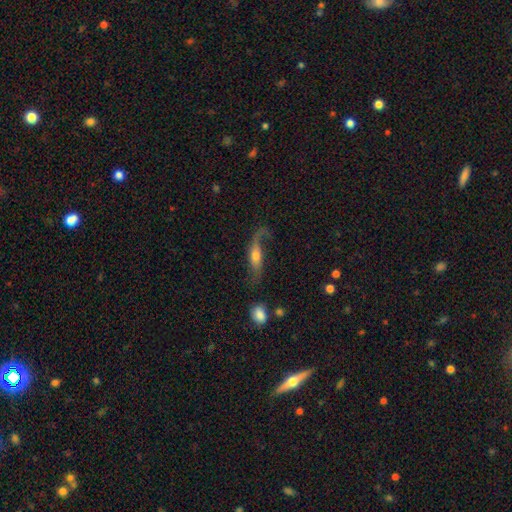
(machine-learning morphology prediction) Overall: featured or disk (67%). Edge-on disk: no (72%). Merging: none (48%; major disturbance 26%).